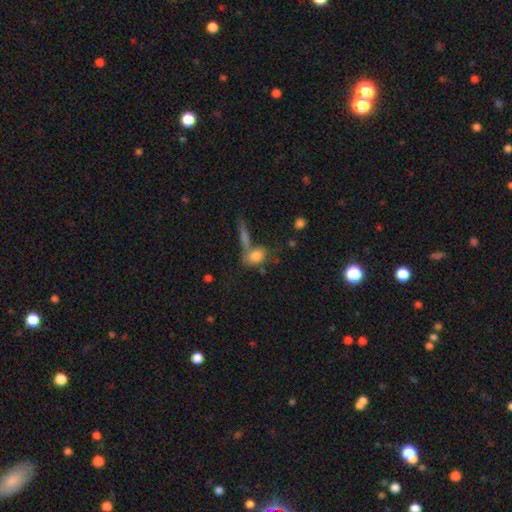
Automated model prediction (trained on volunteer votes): A smooth galaxy with no disk features (77%) that is in between round and cigar-shaped (66%).

Vote fractions:
- Smooth or featured? smooth: 77% / featured or disk: 14% / star or artifact: 9%
- How rounded? in between: 66% / round: 27% / cigar-shaped: 7%
- Merging? none: 45% / merger: 34% / minor disturbance: 14% / major disturbance: 8%